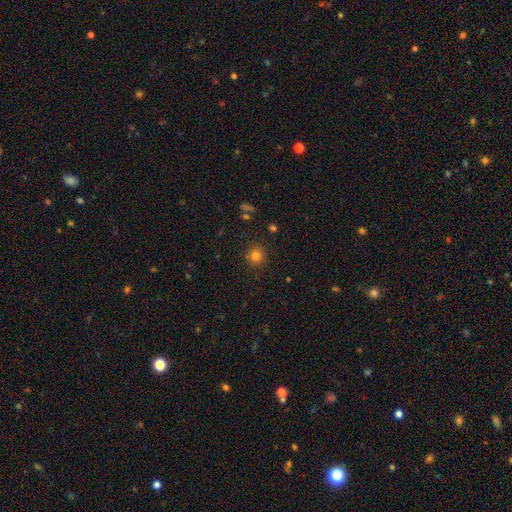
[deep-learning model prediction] smooth 80%, star or artifact 15%, featured or disk 5%. Down the decision tree: how rounded — round (88%); merging — none (86%).